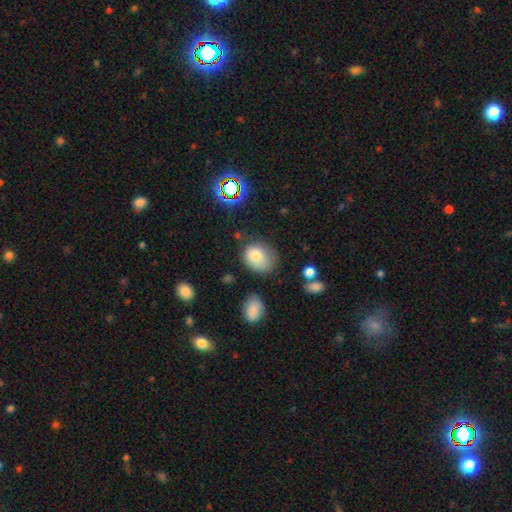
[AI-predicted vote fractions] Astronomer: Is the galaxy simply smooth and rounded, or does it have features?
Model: smooth — 79%.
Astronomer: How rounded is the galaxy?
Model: round — 52% (runner-up: in between, 48%).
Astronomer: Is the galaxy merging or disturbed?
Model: none — 51% (runner-up: minor disturbance, 30%).